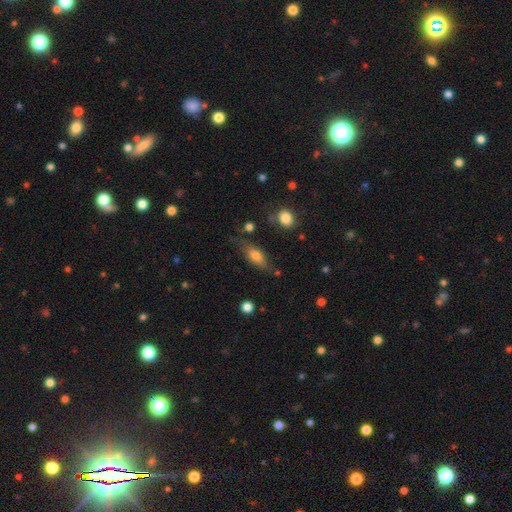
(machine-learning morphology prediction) Smooth or featured: smooth — 66% (featured or disk — 26%)
How rounded: in between — 74% (cigar-shaped — 22%)
Merging: none — 63% (minor disturbance — 24%)